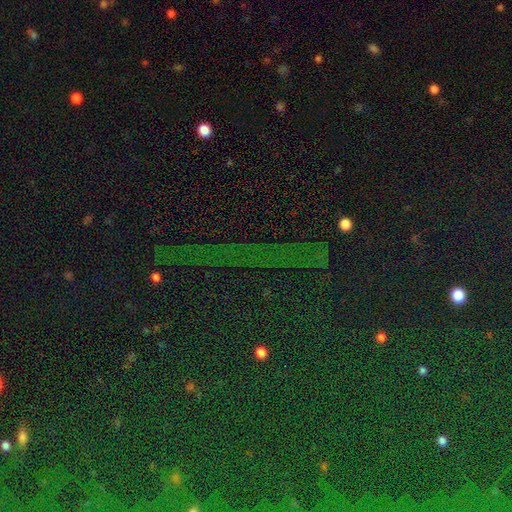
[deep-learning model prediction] Morphology: type=star or artifact (84%).